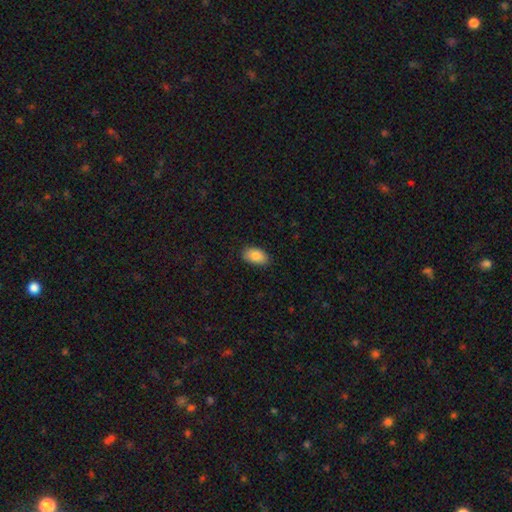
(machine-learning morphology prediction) Q: Smooth or featured?
A: smooth (85%); runner-up: featured or disk (8%)
Q: How rounded?
A: in between (93%); runner-up: round (6%)
Q: Merging?
A: none (86%); runner-up: minor disturbance (11%)